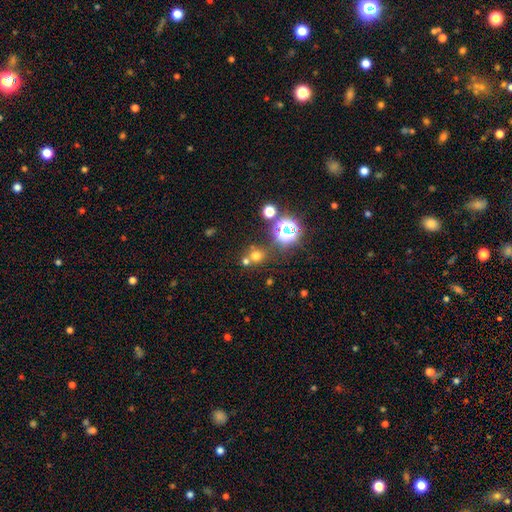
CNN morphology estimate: Smooth or featured? smooth (60%)
How rounded? round (87%)
Merging? none (64%)